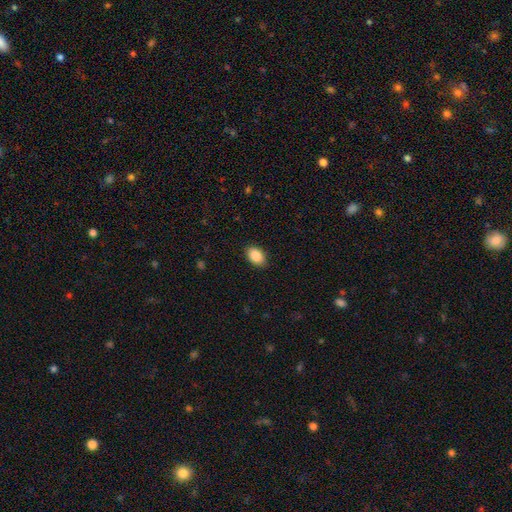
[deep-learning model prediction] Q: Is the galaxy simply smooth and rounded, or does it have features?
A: smooth — 89%.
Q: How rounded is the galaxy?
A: in between — 87%.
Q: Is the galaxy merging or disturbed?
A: none — 89%.